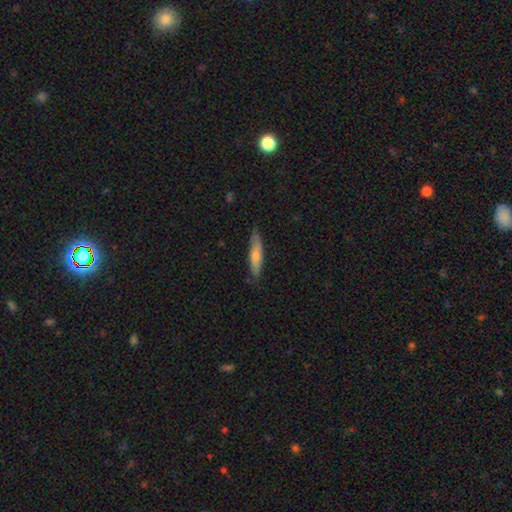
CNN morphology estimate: Smooth or featured: smooth — 54% (featured or disk — 40%)
How rounded: cigar-shaped — 84% (in between — 14%)
Merging: none — 85% (minor disturbance — 12%)